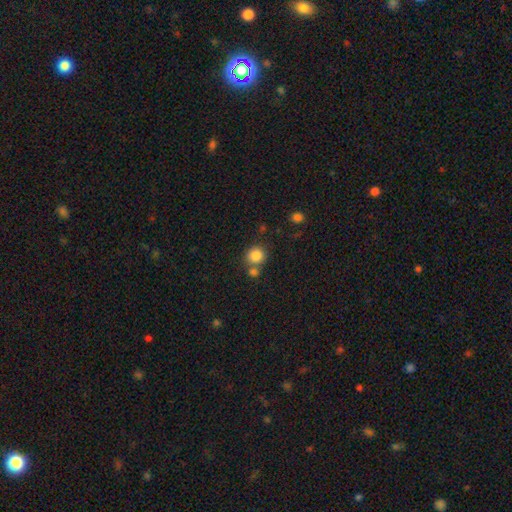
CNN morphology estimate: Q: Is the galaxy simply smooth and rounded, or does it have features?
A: smooth — 84%.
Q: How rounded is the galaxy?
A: round — 89%.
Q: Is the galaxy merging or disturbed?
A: none — 63%.